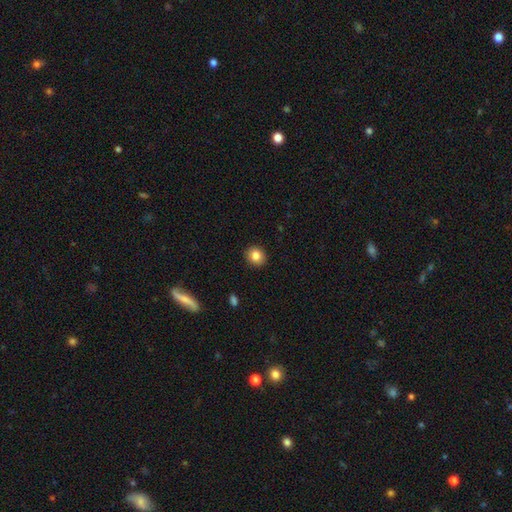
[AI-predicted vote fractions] Smooth or featured: smooth — 83% (star or artifact — 10%)
How rounded: round — 76% (in between — 23%)
Merging: none — 91% (minor disturbance — 6%)